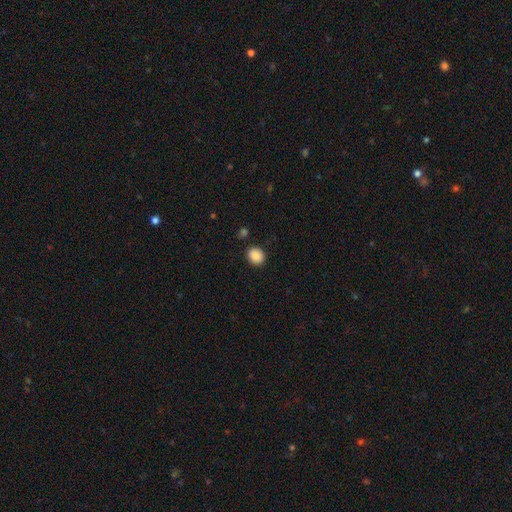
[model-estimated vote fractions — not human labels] Overall: smooth (88%). How rounded: round (63%; in between 36%). Merging: none (87%).